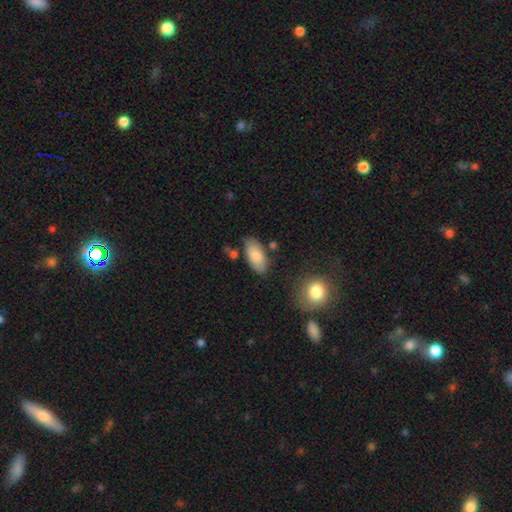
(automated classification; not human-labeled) smooth-or-featured: smooth: 83% | featured or disk: 10% | star or artifact: 7%
  how-rounded: in between: 91% | cigar-shaped: 7% | round: 2%
  merging: none: 76% | minor disturbance: 15% | merger: 5% | major disturbance: 4%